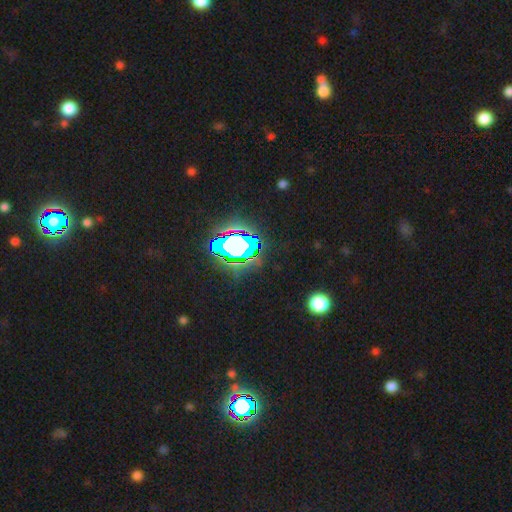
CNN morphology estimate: This is likely a star or artifact rather than a galaxy (76%).